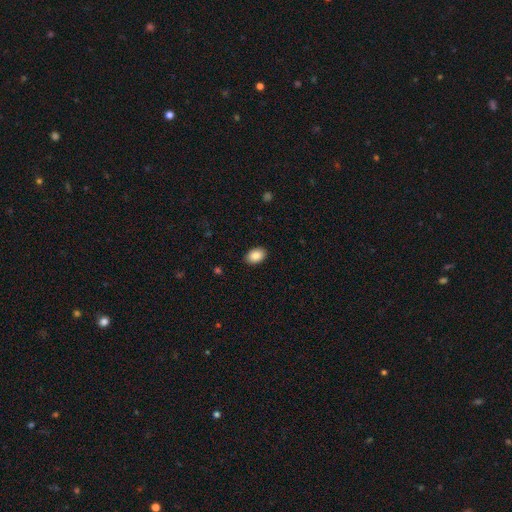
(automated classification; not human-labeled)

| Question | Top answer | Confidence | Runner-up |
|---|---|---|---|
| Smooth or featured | smooth | 88% | star or artifact (7%) |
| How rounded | in between | 86% | round (13%) |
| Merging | none | 89% | minor disturbance (8%) |